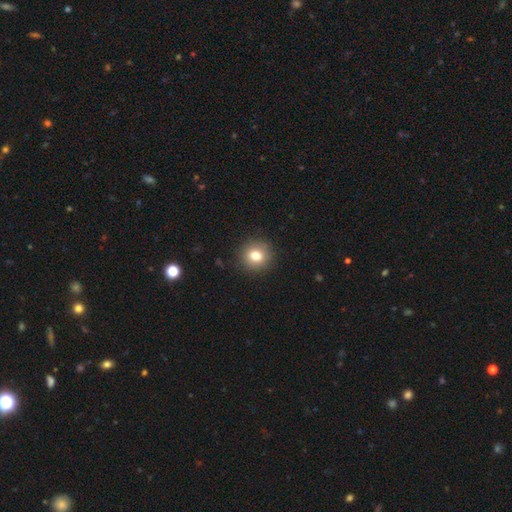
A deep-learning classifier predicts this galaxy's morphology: Smooth or featured? Predicted: smooth (p=0.79). How rounded? Predicted: round (p=0.89). Merging? Predicted: none (p=0.91).